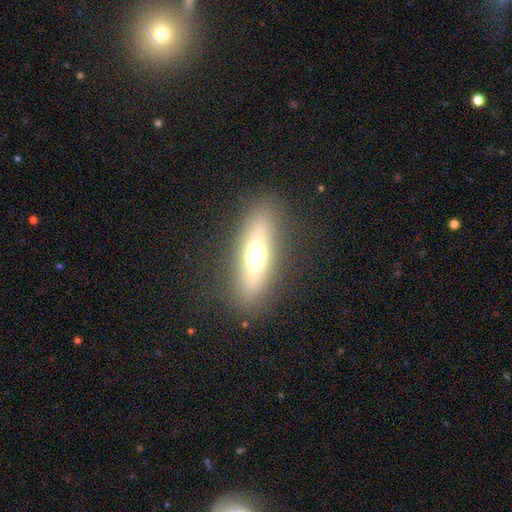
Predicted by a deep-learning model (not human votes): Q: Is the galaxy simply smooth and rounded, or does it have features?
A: smooth — 49%.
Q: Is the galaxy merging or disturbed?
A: none — 87%.